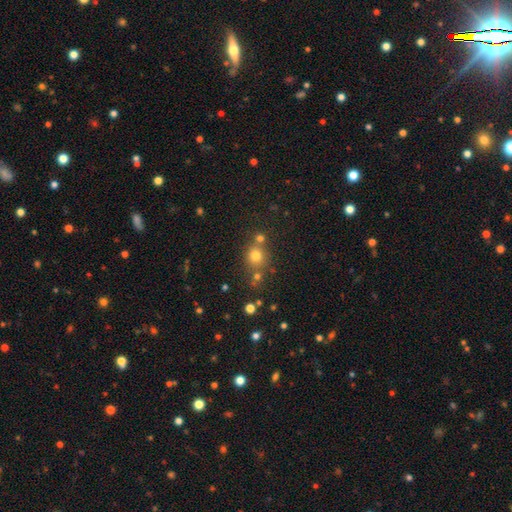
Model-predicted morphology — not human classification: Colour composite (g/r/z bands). It shows a smooth galaxy with no disk features (73%) that is round (84%). Merging: none (65%).